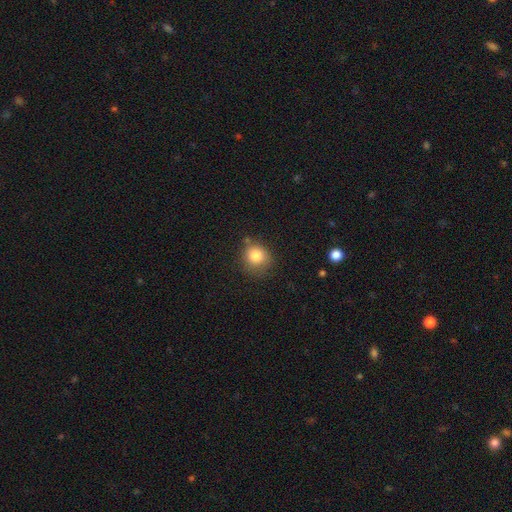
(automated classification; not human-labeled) Smooth or featured? Predicted: smooth (p=0.82). How rounded? Predicted: round (p=0.85). Merging? Predicted: none (p=0.72).